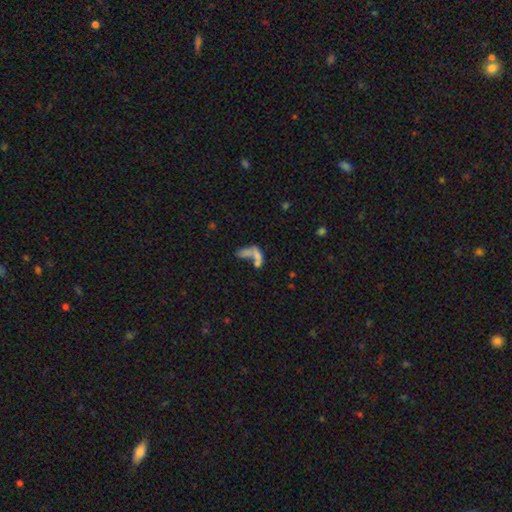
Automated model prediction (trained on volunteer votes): This appears to be a smooth galaxy with no disk features (62%) that is in between round and cigar-shaped (74%). Merging: merger (62%).